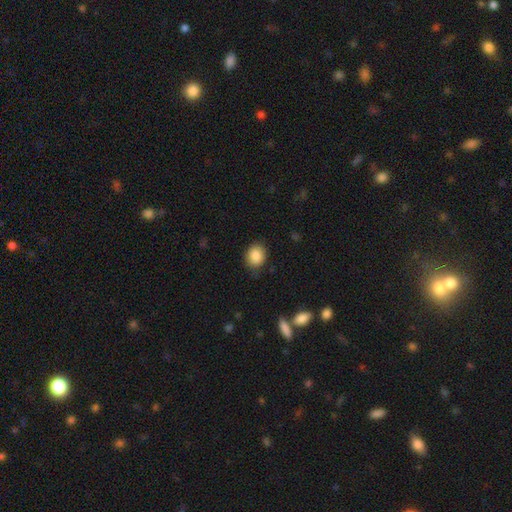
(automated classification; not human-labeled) smooth 88%, star or artifact 8%, featured or disk 4%. Down the decision tree: how rounded — round (52%); merging — none (79%).